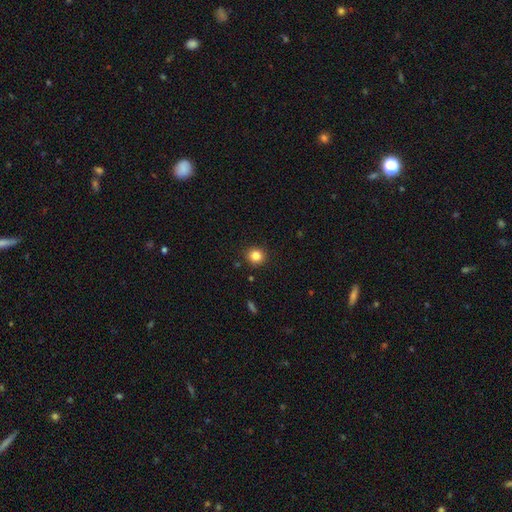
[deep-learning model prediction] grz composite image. It shows a smooth galaxy with no disk features (83%) that is round (90%). Merging: none (90%).